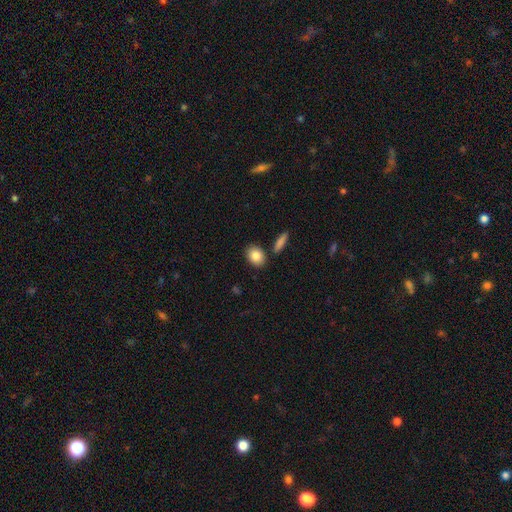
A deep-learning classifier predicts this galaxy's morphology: This appears to be a smooth galaxy with no disk features (85%) that is in between round and cigar-shaped (66%). Merging: none (81%).